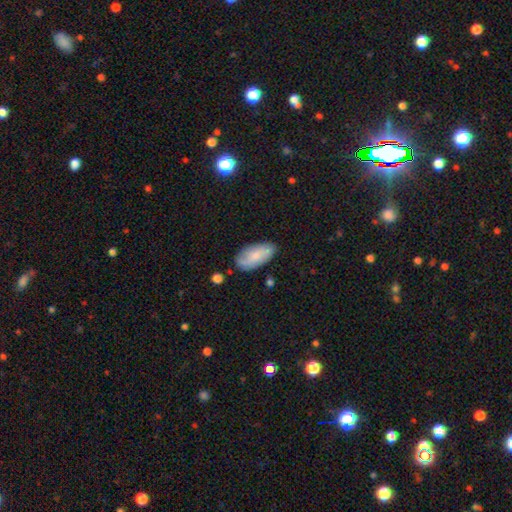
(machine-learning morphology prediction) The model was most divided on "smooth or featured": smooth: 68%, featured or disk: 25%, star or artifact: 7%. More confident: how rounded — in between (92%); merging — none (77%).